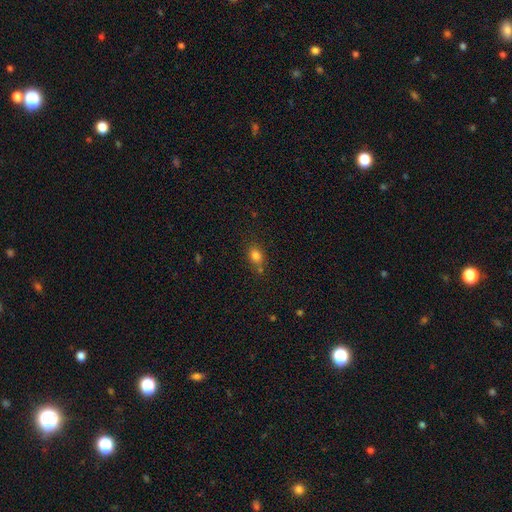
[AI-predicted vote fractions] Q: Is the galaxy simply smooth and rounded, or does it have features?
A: smooth — 80%.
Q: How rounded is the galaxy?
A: in between — 59%.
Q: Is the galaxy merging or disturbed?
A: none — 65%.